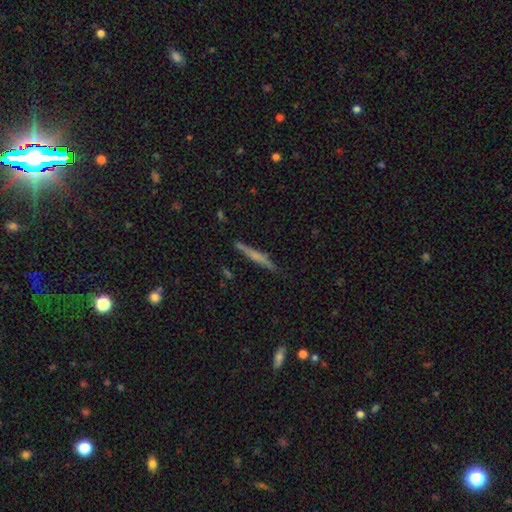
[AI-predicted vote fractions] smooth-or-featured: featured or disk: 53% | smooth: 40% | star or artifact: 7%
  disk-edge-on: yes: 97% | no: 3%
    edge-on-bulge: none: 47% | rounded: 41% | boxy: 12%
  merging: none: 88% | minor disturbance: 9% | major disturbance: 2% | merger: 2%